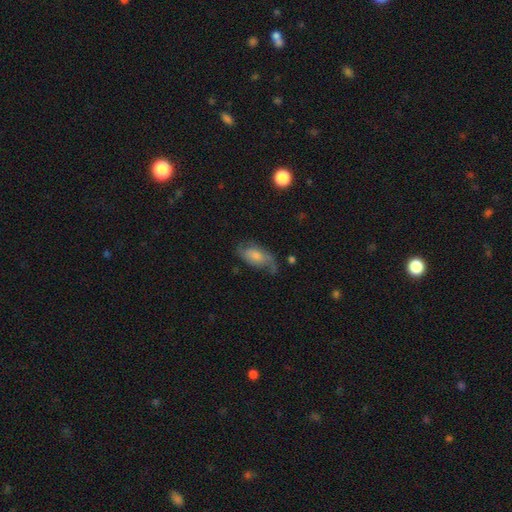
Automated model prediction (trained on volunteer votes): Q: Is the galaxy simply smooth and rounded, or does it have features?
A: smooth — 47%.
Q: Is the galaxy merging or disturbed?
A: none — 50%.